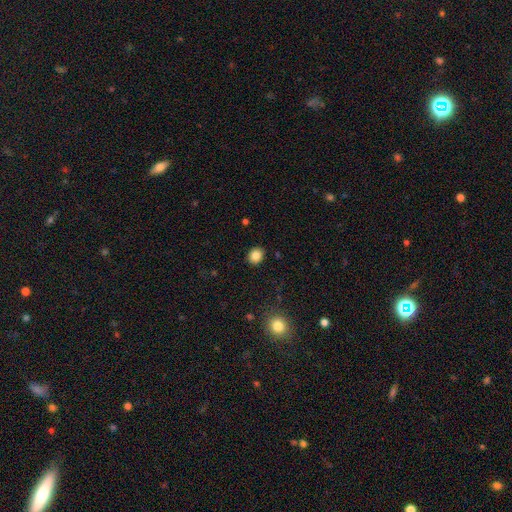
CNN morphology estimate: Q: Smooth or featured?
A: smooth (84%); runner-up: star or artifact (11%)
Q: How rounded?
A: round (72%); runner-up: in between (28%)
Q: Merging?
A: none (90%); runner-up: minor disturbance (7%)